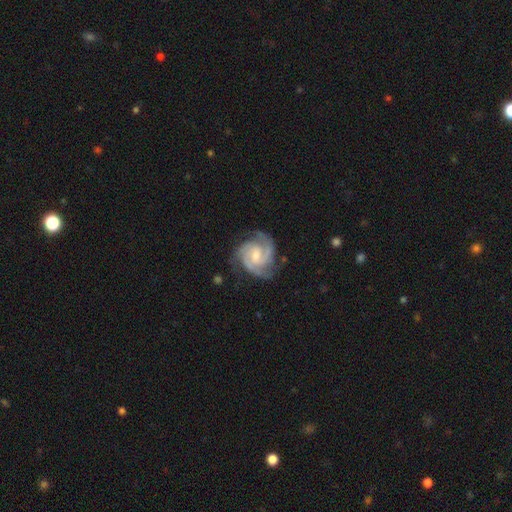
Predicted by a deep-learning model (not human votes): Smooth or featured? featured or disk (91%)
Edge-on disk? no (98%)
Bar? no (48%)
Spiral arms? yes (98%)
Spiral winding? tight (55%)
Spiral arm count? 3 (52%)
Bulge size? small (49%)
Merging? none (73%)